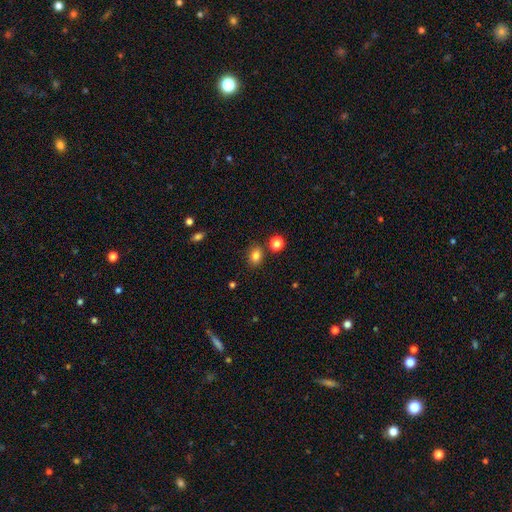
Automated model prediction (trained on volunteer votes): This is clearly a smooth galaxy (82%). How rounded: possibly in between (54%). Merging: likely none (80%).